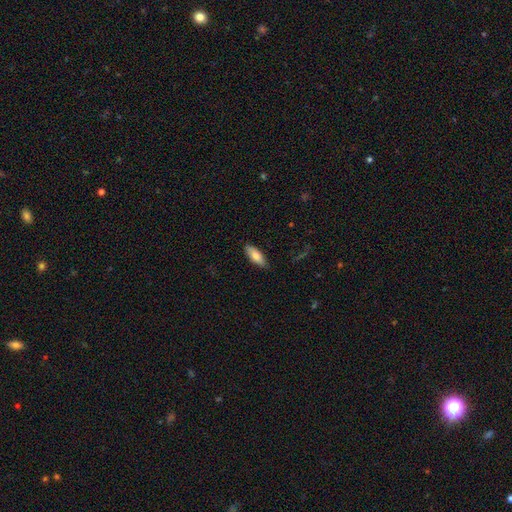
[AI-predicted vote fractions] A smooth galaxy with no disk features (79%) that is in between round and cigar-shaped (67%). Merging: none (85%).